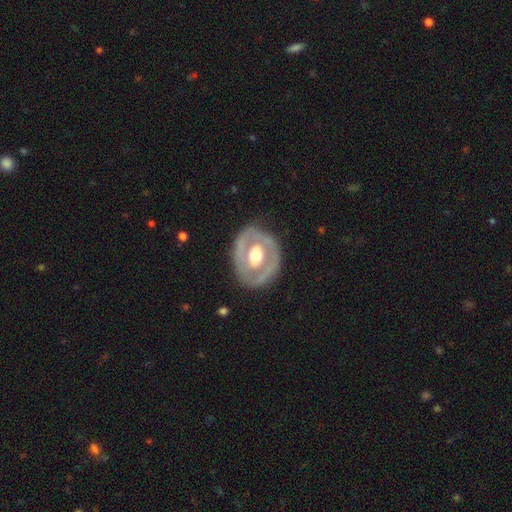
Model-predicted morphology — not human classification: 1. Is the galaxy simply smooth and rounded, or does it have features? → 67% featured or disk, 29% smooth, 4% star or artifact.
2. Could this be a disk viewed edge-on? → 94% no, 6% yes.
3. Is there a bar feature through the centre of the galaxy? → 62% no, 24% weak, 13% strong.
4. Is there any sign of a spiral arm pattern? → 74% no, 26% yes.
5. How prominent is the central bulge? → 66% moderate, 25% large, 6% small, 2% dominant, 1% none.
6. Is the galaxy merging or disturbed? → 77% none, 15% minor disturbance, 6% major disturbance, 1% merger.